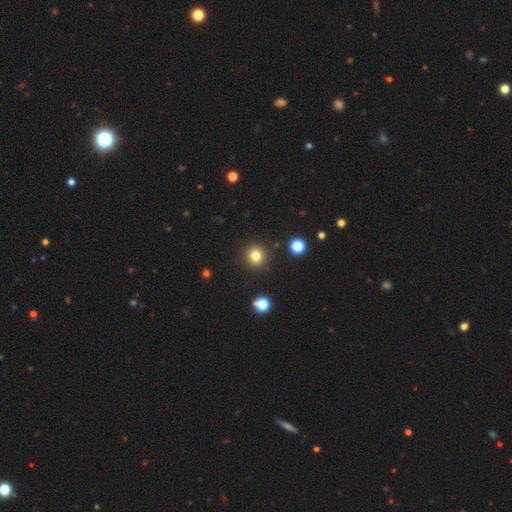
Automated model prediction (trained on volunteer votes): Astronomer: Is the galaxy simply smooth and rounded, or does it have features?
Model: smooth — 81%.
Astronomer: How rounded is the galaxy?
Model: round — 92%.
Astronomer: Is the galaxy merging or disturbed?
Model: none — 90%.